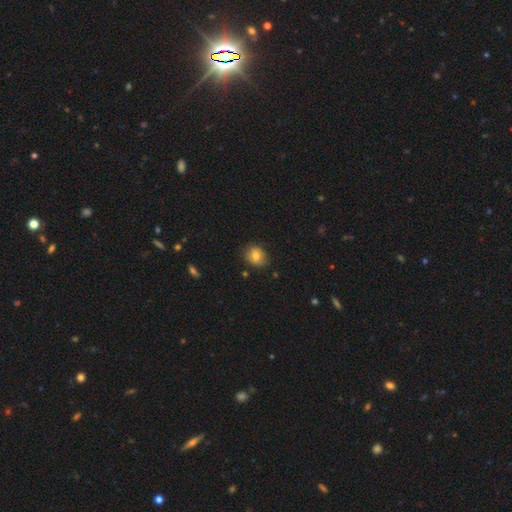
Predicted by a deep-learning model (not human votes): smooth_or_featured: smooth (p=0.75) [alt: featured or disk p=0.15]
how_rounded: round (p=0.63) [alt: in between p=0.36]
merging: none (p=0.80) [alt: minor disturbance p=0.16]